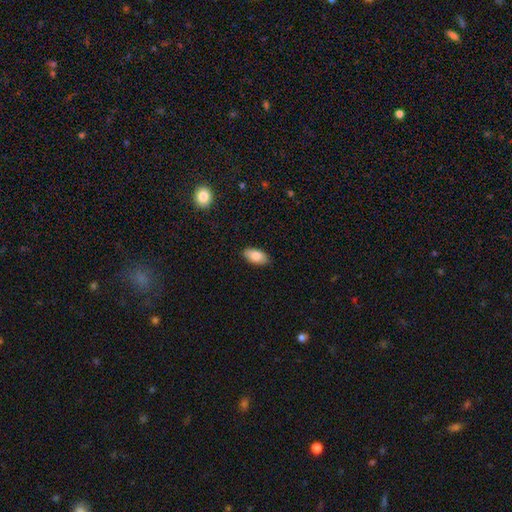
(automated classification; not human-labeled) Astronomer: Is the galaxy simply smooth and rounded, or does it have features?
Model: smooth — 83%.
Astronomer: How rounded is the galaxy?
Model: in between — 94%.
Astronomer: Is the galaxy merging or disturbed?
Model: none — 86%.